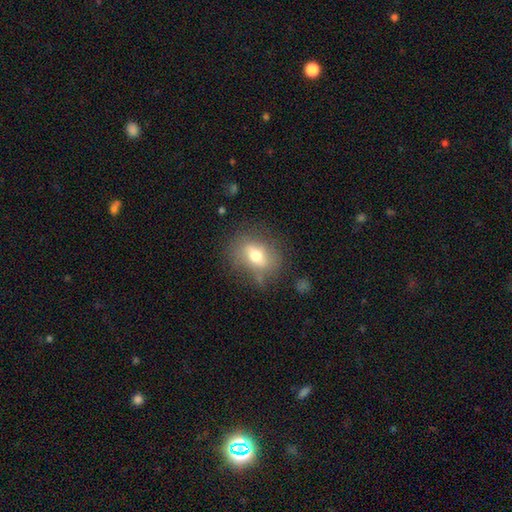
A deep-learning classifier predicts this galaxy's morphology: Overall: smooth (61%; featured or disk 29%). How rounded: in between (62%; round 35%). Merging: none (68%).